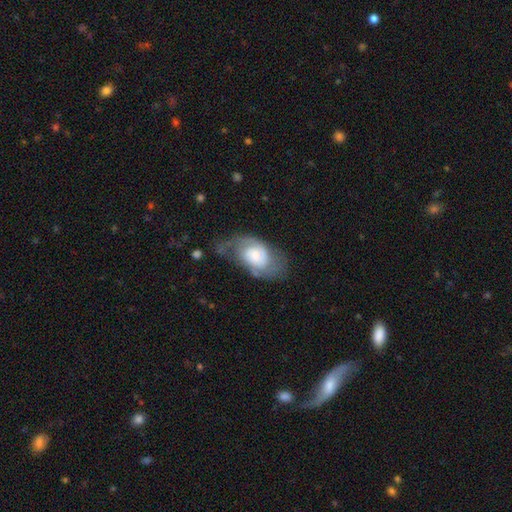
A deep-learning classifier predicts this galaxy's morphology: type=featured or disk (53%); edge-on=no (95%); bar=no (71%); spiral arms=yes (76%); bulge=large (34%); merging=none (47%).